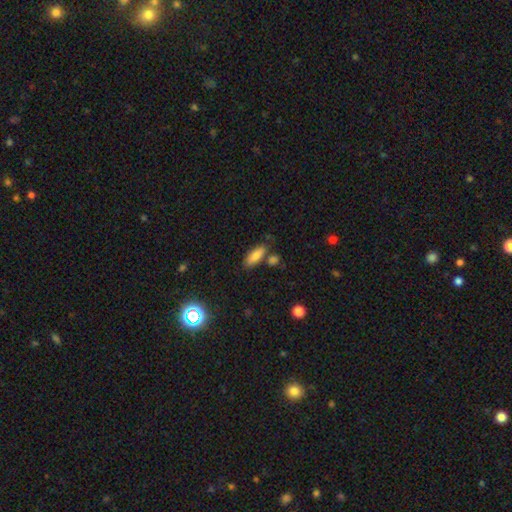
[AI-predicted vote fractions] smooth_or_featured: smooth (p=0.81) [alt: featured or disk p=0.11]
how_rounded: in between (p=0.73) [alt: cigar-shaped p=0.24]
merging: none (p=0.72) [alt: minor disturbance p=0.14]